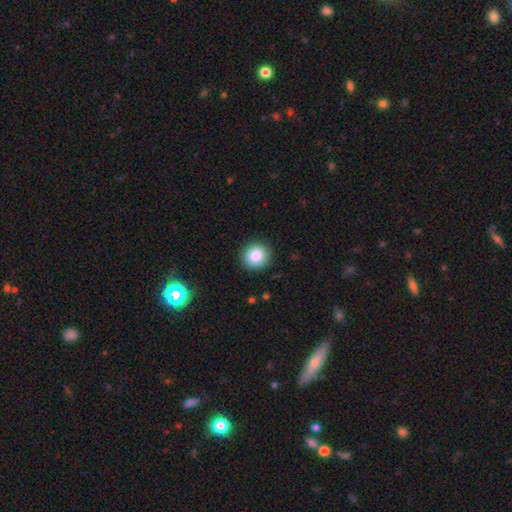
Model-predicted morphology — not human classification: type=smooth (84%); roundness=round (90%); merging=none (90%).